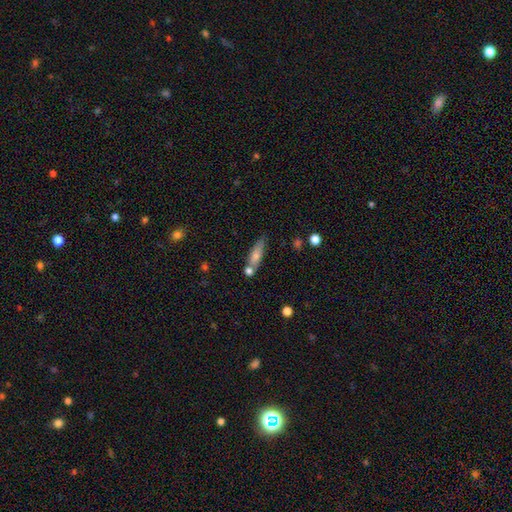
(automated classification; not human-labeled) A smooth galaxy with no disk features (69%) that is cigar-shaped (59%). Merging: none (60%).